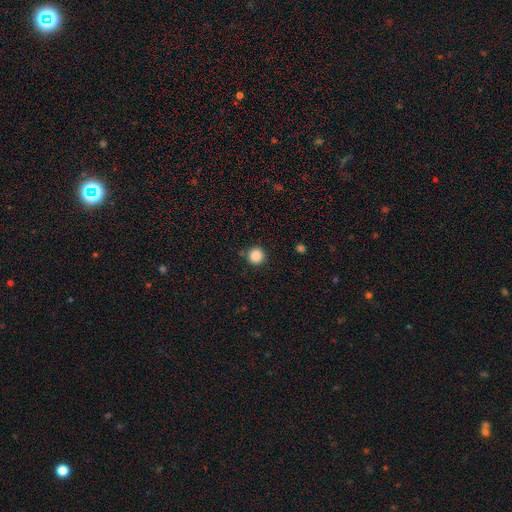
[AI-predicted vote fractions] Q: Smooth or featured?
A: smooth (87%); runner-up: star or artifact (10%)
Q: How rounded?
A: round (95%); runner-up: in between (4%)
Q: Merging?
A: none (88%); runner-up: minor disturbance (7%)